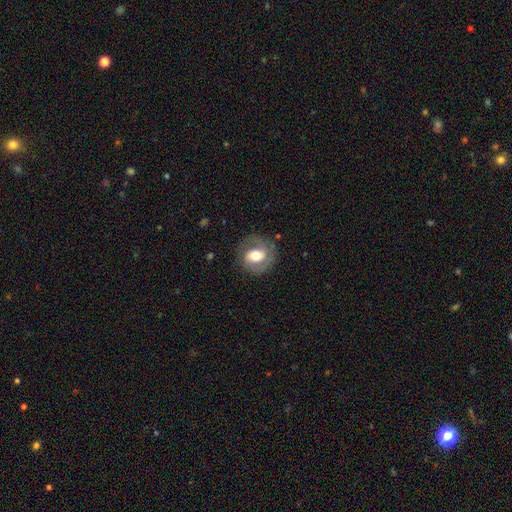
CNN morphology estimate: Smooth or featured: featured or disk — 58% (smooth — 36%)
Edge-on disk: no — 96% (yes — 4%)
Bar: no — 44% (weak — 37%)
Spiral arms: yes — 70% (no — 30%)
Bulge size: moderate — 57% (large — 31%)
Merging: none — 75% (minor disturbance — 15%)